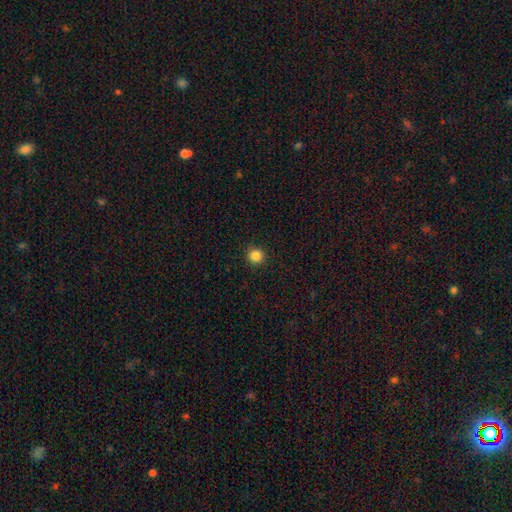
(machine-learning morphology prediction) smooth-or-featured: smooth: 85% | star or artifact: 11% | featured or disk: 3%
  how-rounded: round: 95% | in between: 4% | cigar-shaped: 1%
  merging: none: 92% | minor disturbance: 5% | major disturbance: 2% | merger: 1%